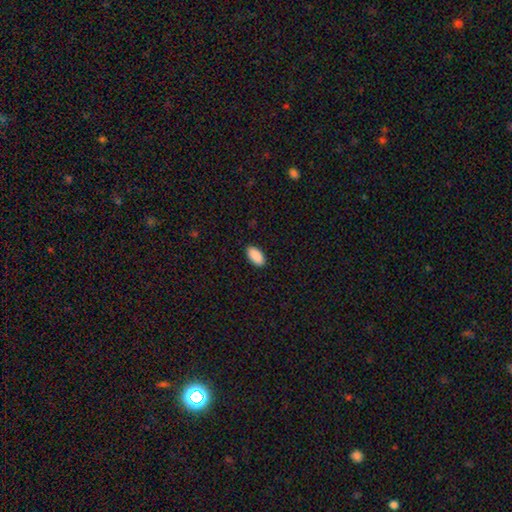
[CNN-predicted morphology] smooth_or_featured: smooth (p=0.91) [alt: star or artifact p=0.06]
how_rounded: in between (p=0.95) [alt: cigar-shaped p=0.03]
merging: none (p=0.90) [alt: minor disturbance p=0.07]